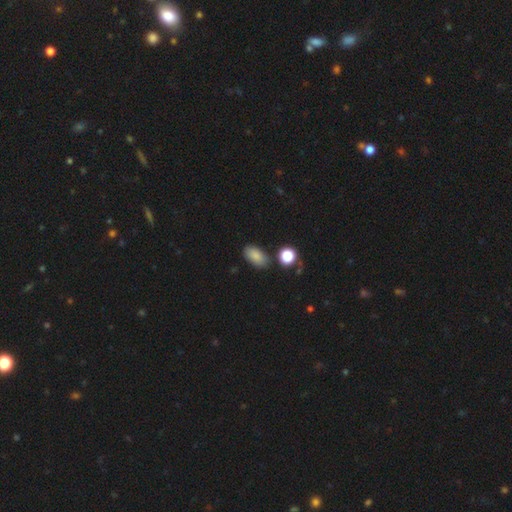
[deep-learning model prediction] smooth_or_featured: smooth (p=0.85) [alt: star or artifact p=0.09]
how_rounded: in between (p=0.92) [alt: round p=0.06]
merging: none (p=0.80) [alt: minor disturbance p=0.12]